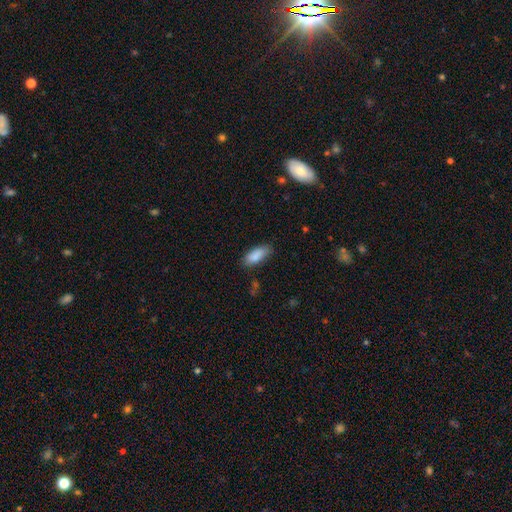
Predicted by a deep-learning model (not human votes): A smooth galaxy with no disk features (88%) that is in between round and cigar-shaped (80%).

Vote fractions:
- Smooth or featured? smooth: 88% / star or artifact: 7% / featured or disk: 6%
- How rounded? in between: 80% / cigar-shaped: 18% / round: 2%
- Merging? none: 76% / minor disturbance: 19% / major disturbance: 4% / merger: 2%